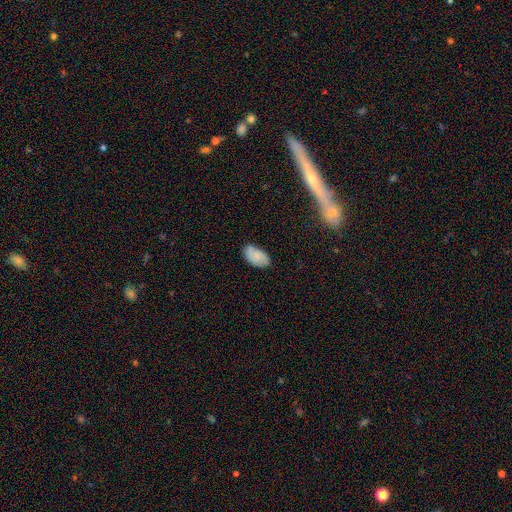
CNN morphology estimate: type=smooth (73%); roundness=in between (94%); merging=none (73%).